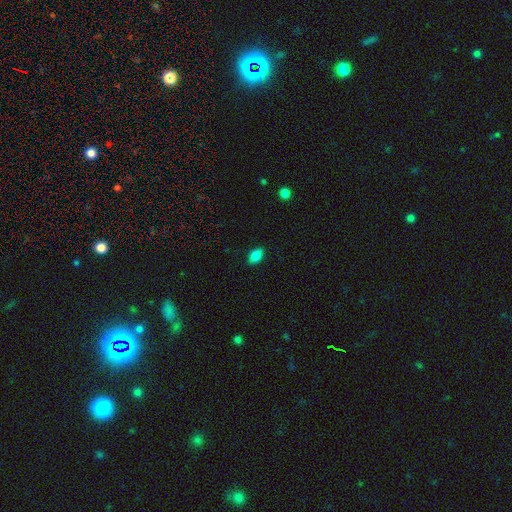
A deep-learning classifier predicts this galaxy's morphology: Smooth or featured? Predicted: smooth (p=0.85). How rounded? Predicted: in between (p=0.91). Merging? Predicted: none (p=0.88).